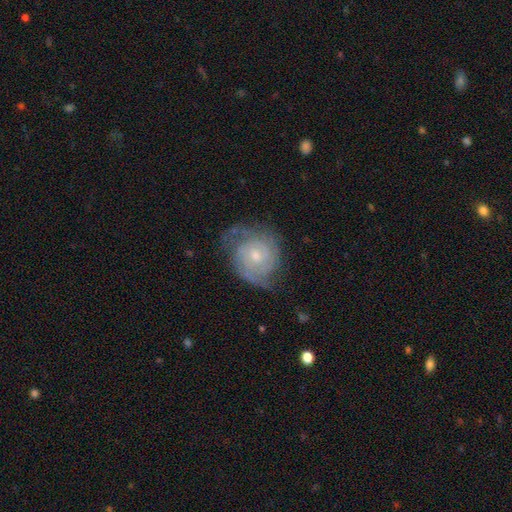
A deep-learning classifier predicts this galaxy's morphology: A featured or disk galaxy (82%) with no bar (66%), 2 (52%) tight (66%) spiral arms (95%) and a moderate central bulge (48%).

Vote fractions:
- Smooth or featured? featured or disk: 82% / smooth: 13% / star or artifact: 5%
- Edge-on disk? no: 98% / yes: 2%
- Bar? no: 66% / weak: 30% / strong: 4%
- Spiral arms? yes: 95% / no: 5%
- Spiral winding? tight: 66% / medium: 27% / loose: 7%
- Spiral arm count? 2: 52% / can't tell: 24% / 3: 13% / 1: 4% / 4: 4% / more than 4: 3%
- Bulge size? moderate: 48% / small: 46% / large: 2% / none: 2% / dominant: 1%
- Merging? none: 66% / minor disturbance: 23% / major disturbance: 10% / merger: 1%